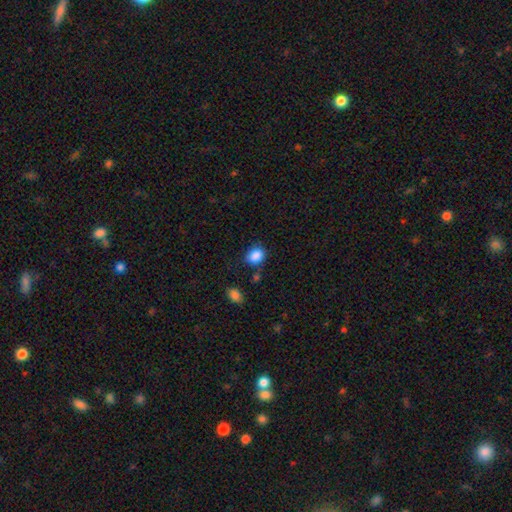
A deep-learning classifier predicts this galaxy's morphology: The model was most divided on "how rounded": in between: 60%, round: 39%, cigar-shaped: 1%. More confident: smooth or featured — smooth (87%); merging — none (72%).